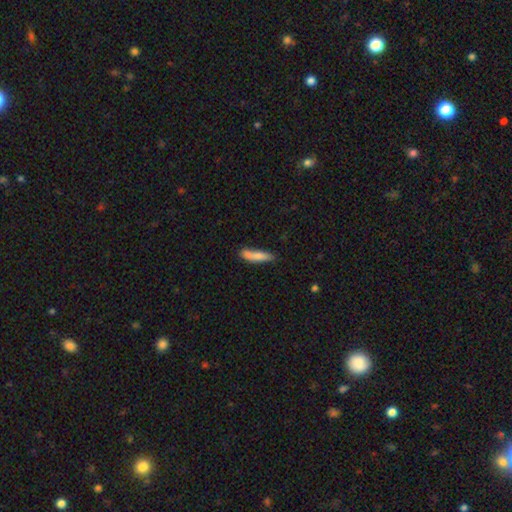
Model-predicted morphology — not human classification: This appears to be a smooth galaxy with no disk features (78%) that is cigar-shaped (80%). Merging: none (66%).